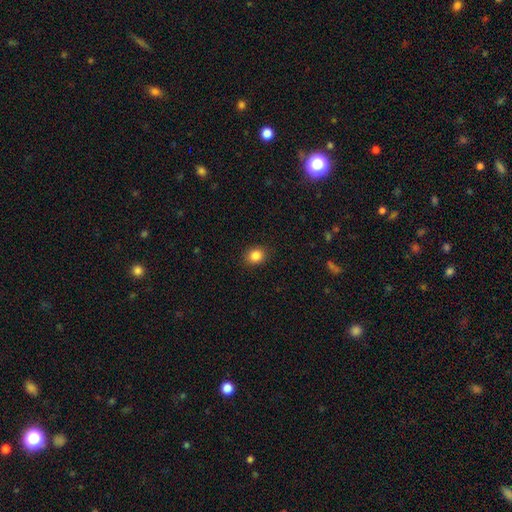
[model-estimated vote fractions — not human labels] Overall: smooth (85%). How rounded: round (69%; in between 30%). Merging: none (90%).